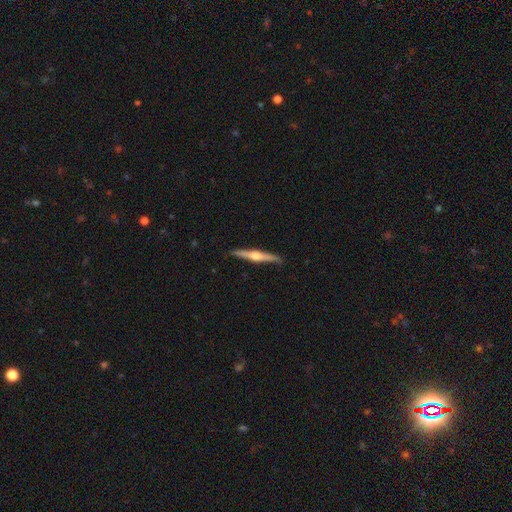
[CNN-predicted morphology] Q: Smooth or featured?
A: featured or disk (72%); runner-up: smooth (23%)
Q: Edge-on disk?
A: yes (98%); runner-up: no (2%)
Q: Edge-on bulge?
A: rounded (91%); runner-up: boxy (5%)
Q: Merging?
A: none (89%); runner-up: minor disturbance (8%)